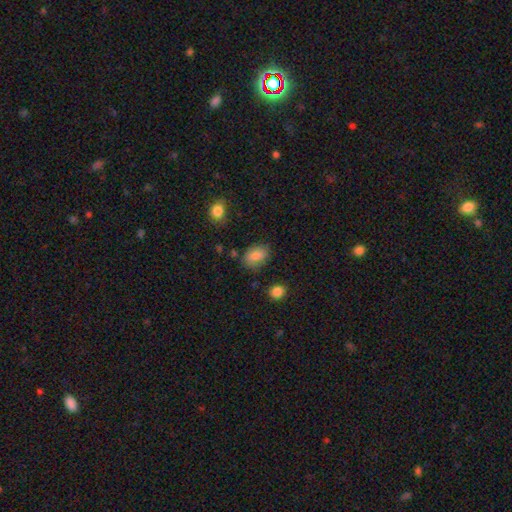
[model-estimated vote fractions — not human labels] Smooth or featured: smooth — 83% (star or artifact — 9%)
How rounded: in between — 75% (round — 24%)
Merging: none — 72% (minor disturbance — 21%)